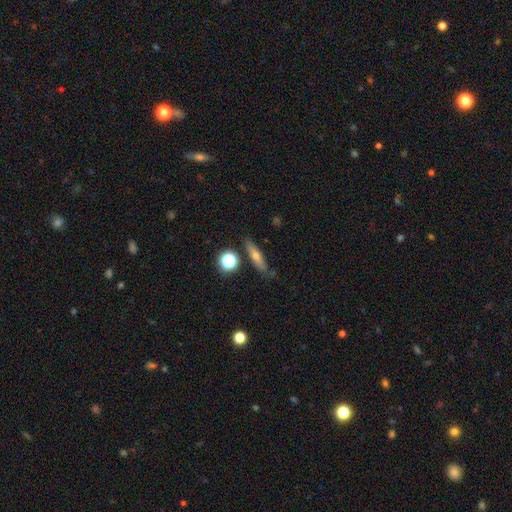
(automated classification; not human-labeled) Smooth or featured: smooth — 52% (featured or disk — 38%)
How rounded: cigar-shaped — 70% (in between — 23%)
Merging: none — 77% (minor disturbance — 14%)